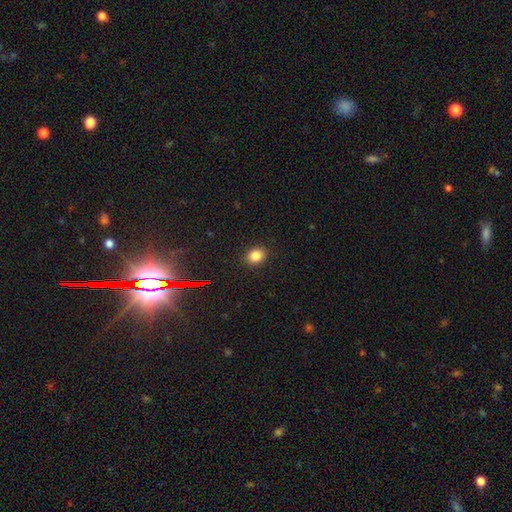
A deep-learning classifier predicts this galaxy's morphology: Overall: smooth (83%). How rounded: round (51%; in between 48%). Merging: none (89%).